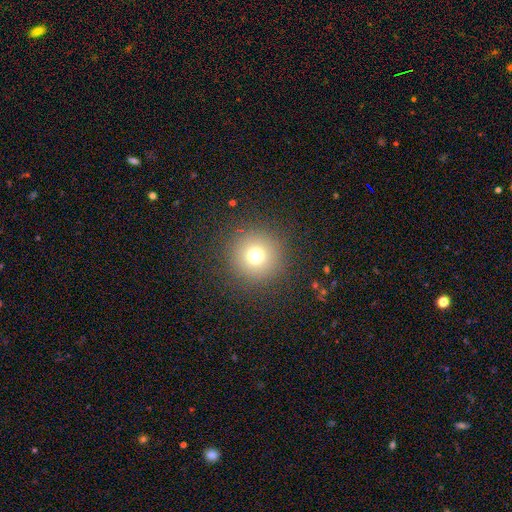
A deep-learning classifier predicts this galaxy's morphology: Overall: smooth (71%). How rounded: round (96%). Merging: none (90%).